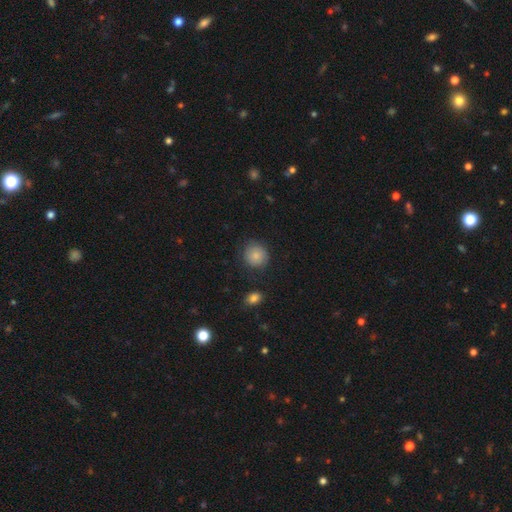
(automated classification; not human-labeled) Morphology: type=smooth (84%); roundness=round (88%); merging=none (83%).